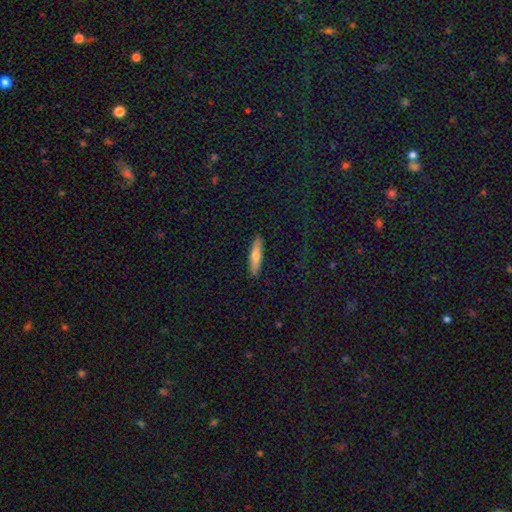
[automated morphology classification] A smooth galaxy with no disk features (61%) that is cigar-shaped (79%).

Vote fractions:
- Smooth or featured? smooth: 61% / featured or disk: 33% / star or artifact: 6%
- How rounded? cigar-shaped: 79% / in between: 19% / round: 2%
- Merging? none: 90% / minor disturbance: 7% / major disturbance: 2% / merger: 1%